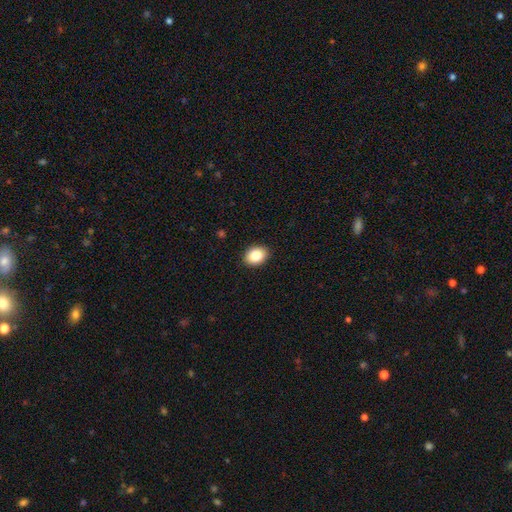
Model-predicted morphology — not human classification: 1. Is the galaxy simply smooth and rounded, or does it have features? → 85% smooth, 8% star or artifact, 7% featured or disk.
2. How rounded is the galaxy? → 70% in between, 29% round, 1% cigar-shaped.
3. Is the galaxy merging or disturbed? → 91% none, 7% minor disturbance, 2% major disturbance, 1% merger.